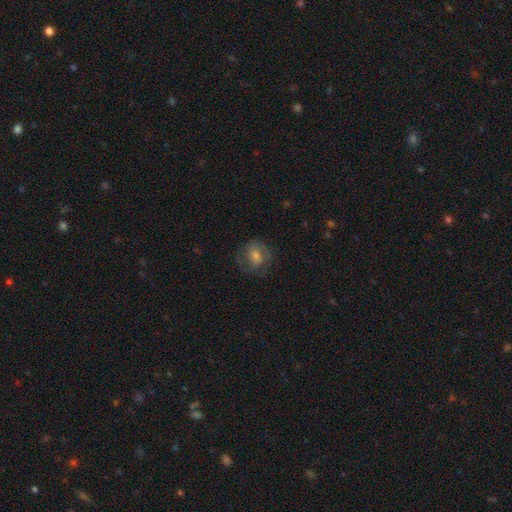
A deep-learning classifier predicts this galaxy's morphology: smooth-or-featured: featured or disk: 49% | smooth: 40% | star or artifact: 11%
  merging: none: 73% | minor disturbance: 16% | major disturbance: 10% | merger: 1%